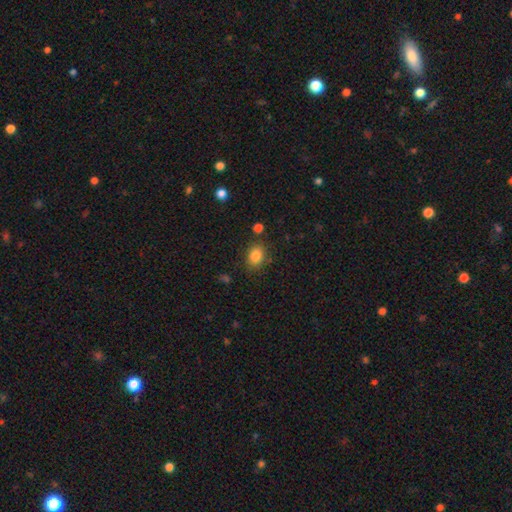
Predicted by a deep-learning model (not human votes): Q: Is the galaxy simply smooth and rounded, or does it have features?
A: smooth — 84%.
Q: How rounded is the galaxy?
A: in between — 57%.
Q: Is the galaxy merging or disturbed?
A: none — 82%.